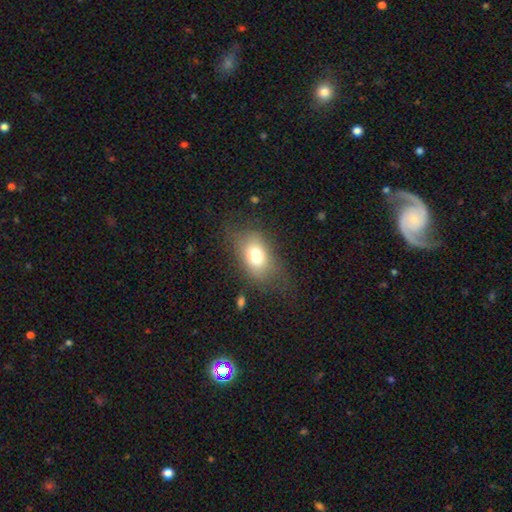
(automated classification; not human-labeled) smooth-or-featured: smooth: 72% | featured or disk: 17% | star or artifact: 11%
  how-rounded: in between: 79% | round: 19% | cigar-shaped: 2%
  merging: none: 65% | minor disturbance: 20% | major disturbance: 14% | merger: 2%